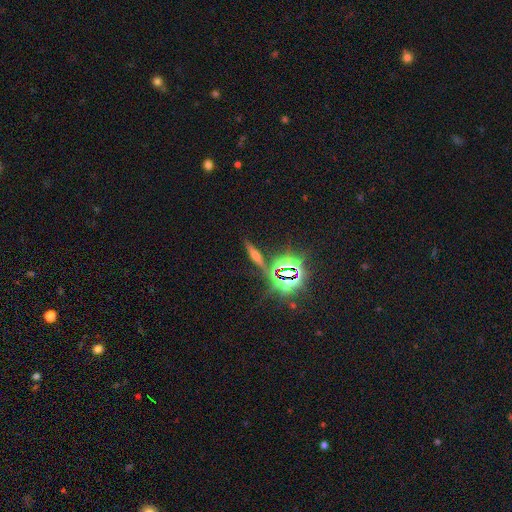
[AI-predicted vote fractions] smooth-or-featured: star or artifact: 40% | featured or disk: 36% | smooth: 24%